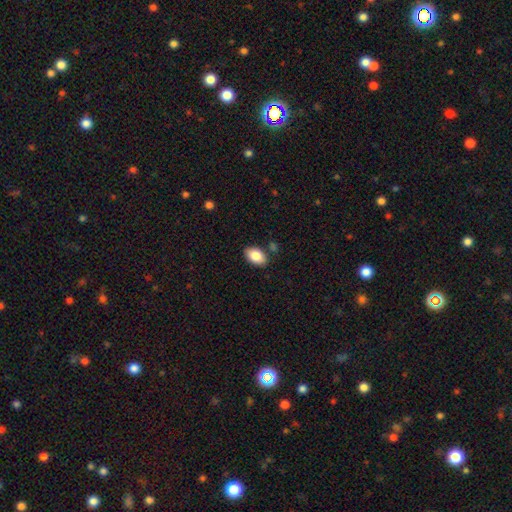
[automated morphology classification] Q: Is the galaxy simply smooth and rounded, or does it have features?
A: smooth — 85%.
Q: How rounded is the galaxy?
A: in between — 90%.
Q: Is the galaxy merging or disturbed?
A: none — 83%.